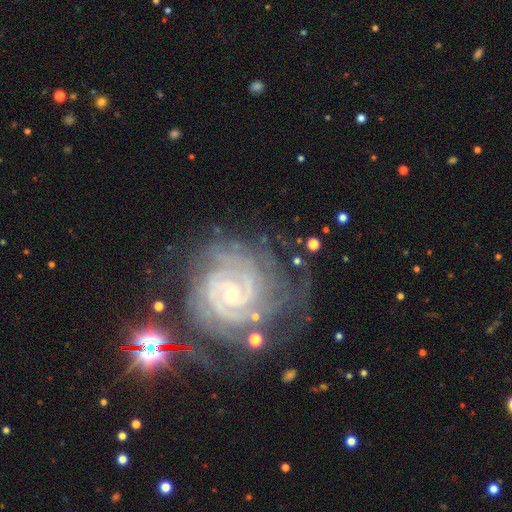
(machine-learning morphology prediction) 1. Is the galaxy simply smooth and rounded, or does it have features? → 82% featured or disk, 11% star or artifact, 7% smooth.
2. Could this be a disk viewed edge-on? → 97% no, 3% yes.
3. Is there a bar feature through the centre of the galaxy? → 56% no, 31% weak, 13% strong.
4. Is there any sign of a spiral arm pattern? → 97% yes, 3% no.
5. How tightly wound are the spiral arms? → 78% tight, 18% medium, 4% loose.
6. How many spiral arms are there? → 28% can't tell, 17% 4, 16% 2, 16% 3, 15% more than 4, 8% 1.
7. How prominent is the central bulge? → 76% small, 20% moderate, 2% none, 2% large, 1% dominant.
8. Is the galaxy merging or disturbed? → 73% none, 15% minor disturbance, 8% major disturbance, 3% merger.